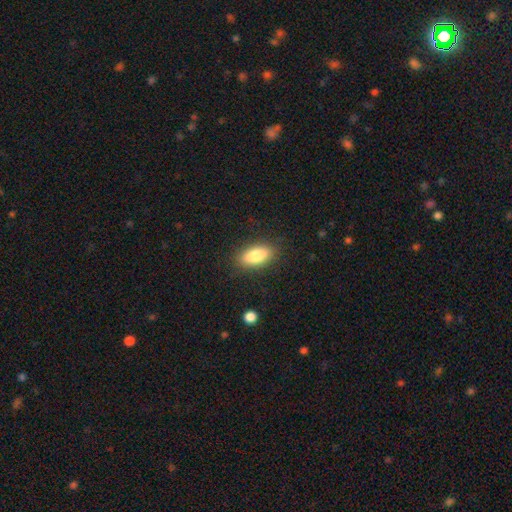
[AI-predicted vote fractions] Smooth or featured? smooth (82%)
How rounded? in between (85%)
Merging? none (86%)